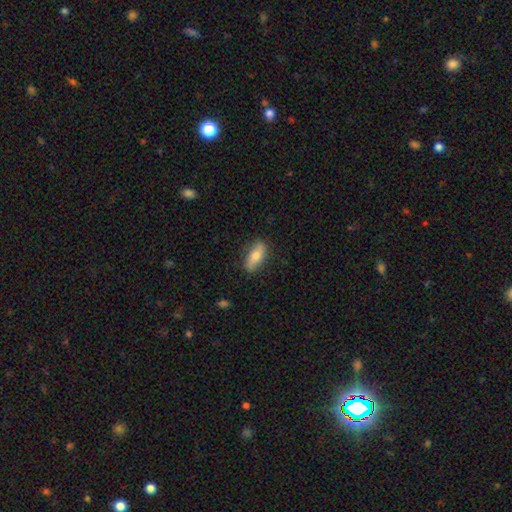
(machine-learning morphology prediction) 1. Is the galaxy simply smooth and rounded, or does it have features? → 69% smooth, 25% featured or disk, 6% star or artifact.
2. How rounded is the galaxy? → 76% in between, 20% cigar-shaped, 3% round.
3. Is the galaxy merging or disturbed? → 83% none, 14% minor disturbance, 3% major disturbance, 1% merger.